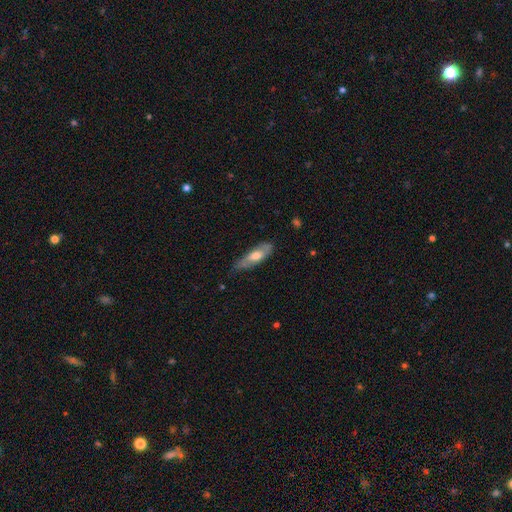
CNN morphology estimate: Overall: smooth (51%; featured or disk 43%). How rounded: in between (53%; cigar-shaped 45%). Merging: none (60%; minor disturbance 31%).